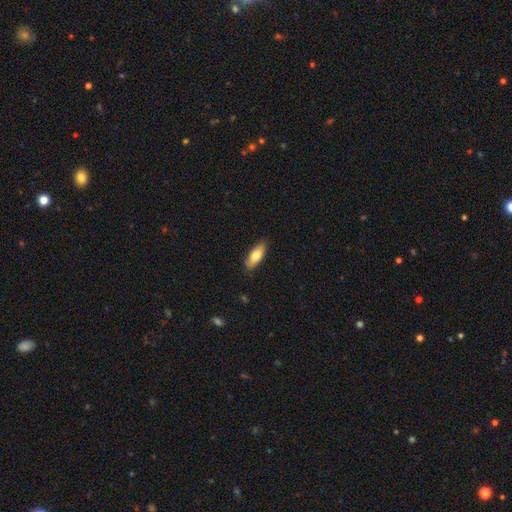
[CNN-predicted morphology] smooth 76%, featured or disk 18%, star or artifact 6%. Down the decision tree: how rounded — in between (74%); merging — none (85%).